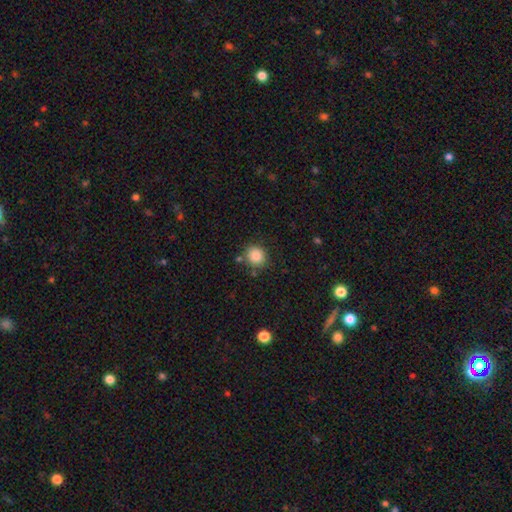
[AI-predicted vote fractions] smooth 86%, star or artifact 10%, featured or disk 5%. Down the decision tree: how rounded — round (87%); merging — none (82%).